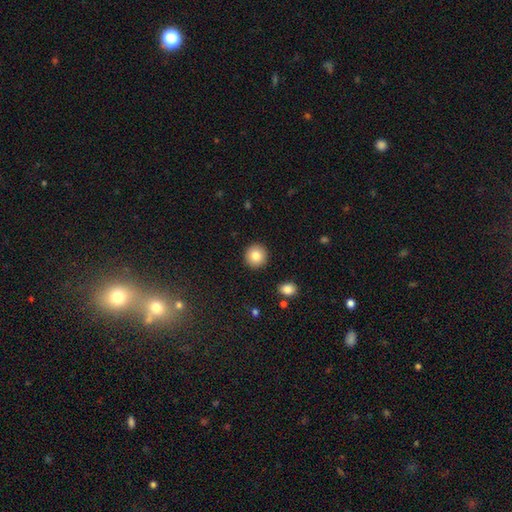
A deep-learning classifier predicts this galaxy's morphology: This appears to be a smooth galaxy with no disk features (83%) that is round (94%). Merging: none (92%).